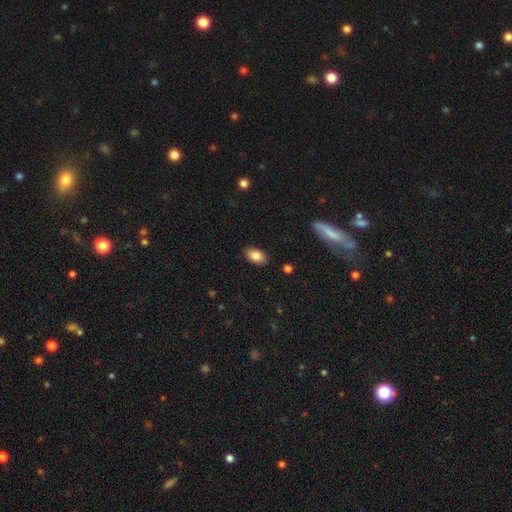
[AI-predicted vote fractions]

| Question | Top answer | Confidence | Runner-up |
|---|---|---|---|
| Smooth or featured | smooth | 84% | featured or disk (8%) |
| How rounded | in between | 90% | round (8%) |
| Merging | none | 87% | minor disturbance (10%) |